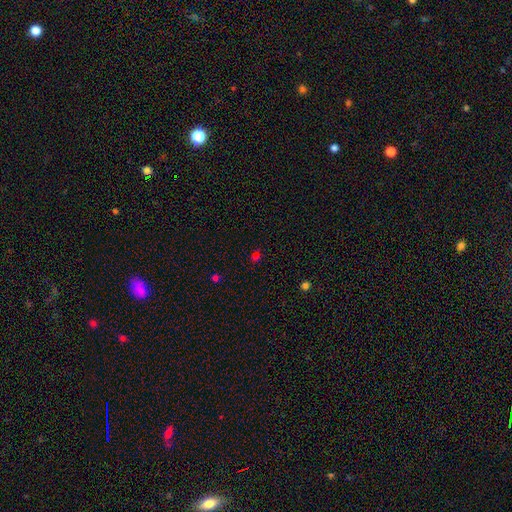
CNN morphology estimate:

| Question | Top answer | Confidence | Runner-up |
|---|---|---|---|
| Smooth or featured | smooth | 57% | star or artifact (37%) |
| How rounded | round | 62% | in between (36%) |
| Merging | none | 77% | minor disturbance (14%) |